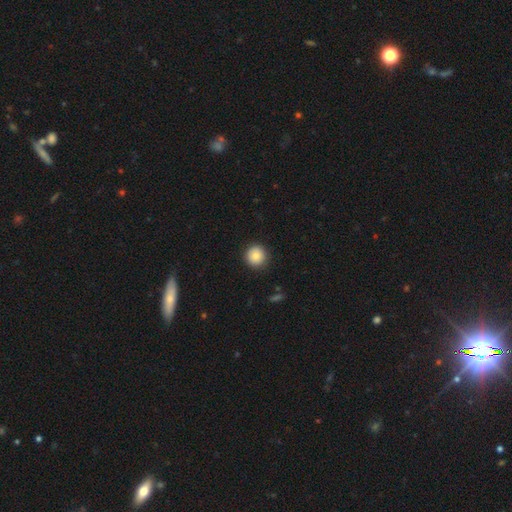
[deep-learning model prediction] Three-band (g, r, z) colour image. It shows a smooth galaxy with no disk features (83%) that is round (95%). Merging: none (90%).